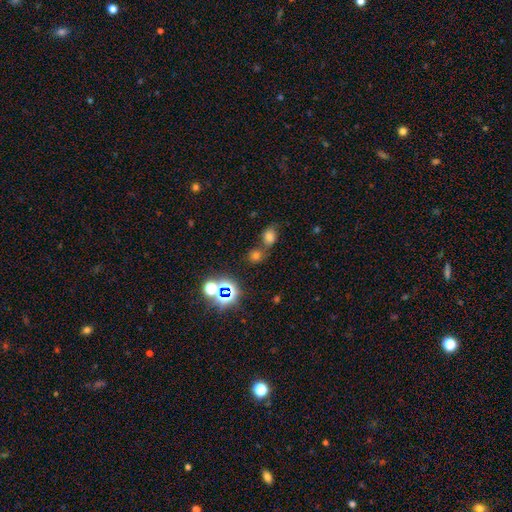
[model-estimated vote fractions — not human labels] smooth_or_featured: smooth (p=0.58) [alt: star or artifact p=0.34]
how_rounded: round (p=0.67) [alt: in between p=0.31]
merging: none (p=0.58) [alt: merger p=0.29]